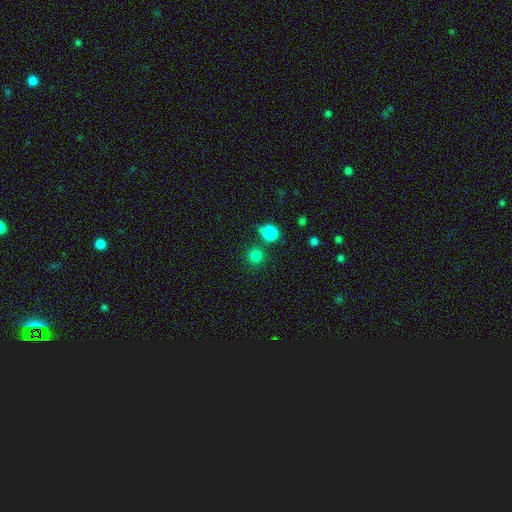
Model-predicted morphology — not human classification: A smooth galaxy with no disk features (82%) that is round (92%). Merging: none (76%).